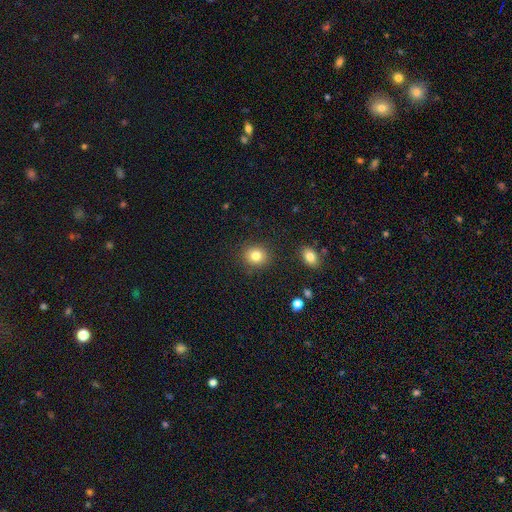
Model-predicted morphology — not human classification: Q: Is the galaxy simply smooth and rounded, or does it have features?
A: smooth — 82%.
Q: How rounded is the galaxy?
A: round — 78%.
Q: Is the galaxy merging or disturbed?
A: none — 88%.